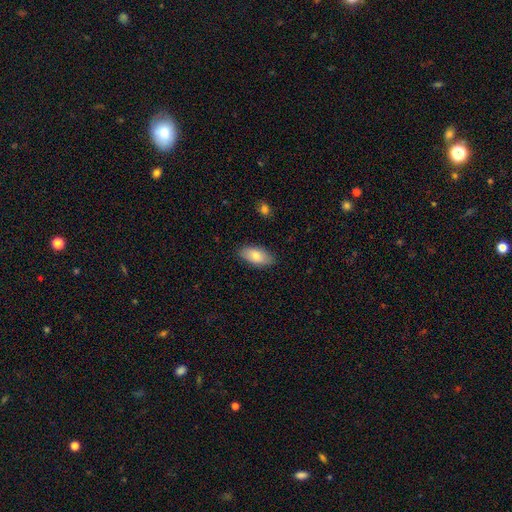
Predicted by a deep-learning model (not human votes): Morphology: type=smooth (81%); roundness=in between (91%); merging=none (86%).